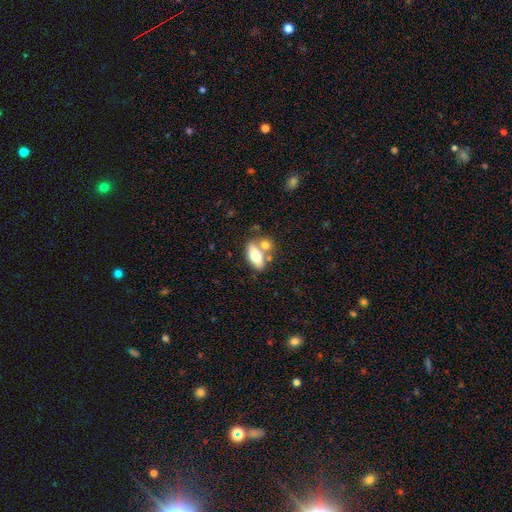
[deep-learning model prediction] Smooth or featured?
  - smooth: 70% *
  - featured or disk: 23%
  - star or artifact: 7%
How rounded?
  - in between: 83% *
  - cigar-shaped: 11%
  - round: 5%
Merging?
  - none: 50% *
  - merger: 34%
  - minor disturbance: 12%
  - major disturbance: 5%